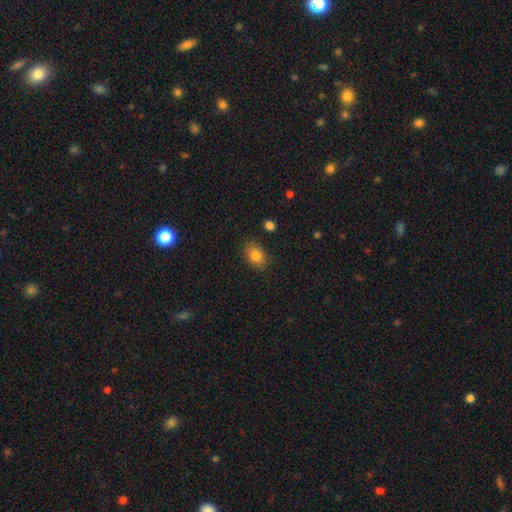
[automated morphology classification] Smooth or featured?
  - smooth: 84% *
  - star or artifact: 9%
  - featured or disk: 7%
How rounded?
  - in between: 79% *
  - round: 19%
  - cigar-shaped: 1%
Merging?
  - none: 83% *
  - minor disturbance: 13%
  - major disturbance: 3%
  - merger: 2%